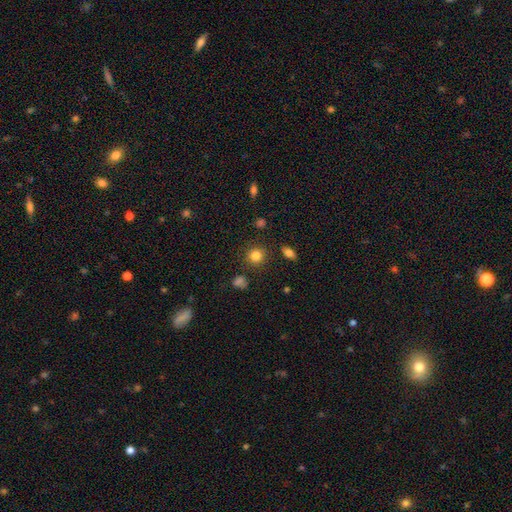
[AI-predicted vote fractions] Smooth or featured: smooth — 83% (star or artifact — 12%)
How rounded: round — 88% (in between — 11%)
Merging: none — 86% (minor disturbance — 8%)